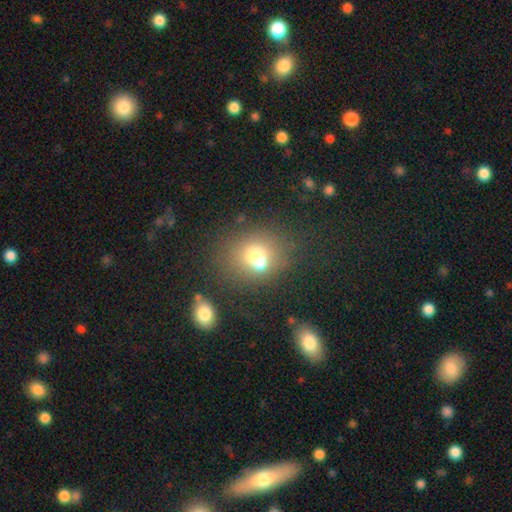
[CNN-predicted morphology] Q: Smooth or featured?
A: smooth (63%); runner-up: featured or disk (23%)
Q: How rounded?
A: round (65%); runner-up: in between (34%)
Q: Merging?
A: merger (50%); runner-up: none (35%)